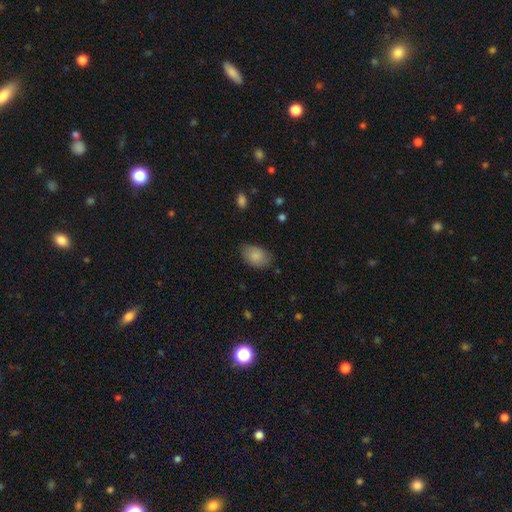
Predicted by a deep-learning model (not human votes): The model was most divided on "merging": none: 74%, minor disturbance: 20%, major disturbance: 5%, merger: 1%. More confident: smooth or featured — smooth (85%); how rounded — in between (84%).